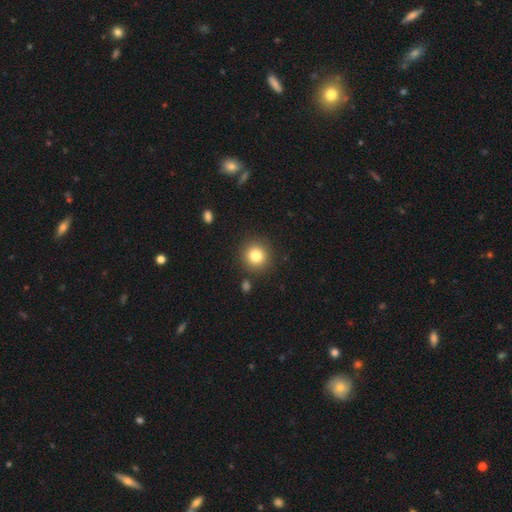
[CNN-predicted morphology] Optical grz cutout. It shows a smooth galaxy with no disk features (82%) that is round (92%). Merging: none (88%).